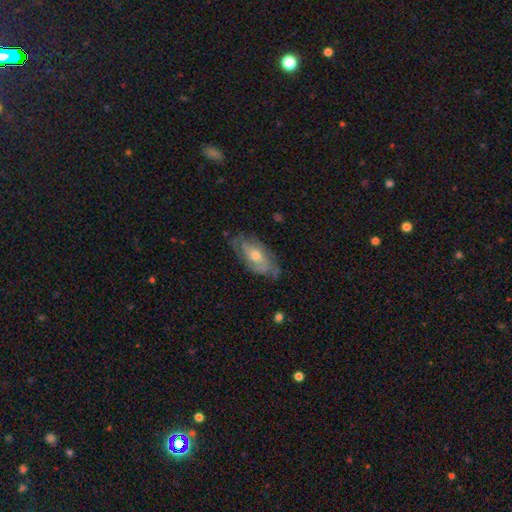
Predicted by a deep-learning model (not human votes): The model was most divided on "spiral arm count": can't tell: 40%, 2: 35%, 3: 13%, 4: 5%, 1: 4%, more than 4: 3%. Remaining: edge-on disk — no (89%); spiral arms — yes (84%); smooth or featured — featured or disk (72%); bar — no (70%); merging — none (69%); bulge size — moderate (62%); spiral winding — tight (49%).